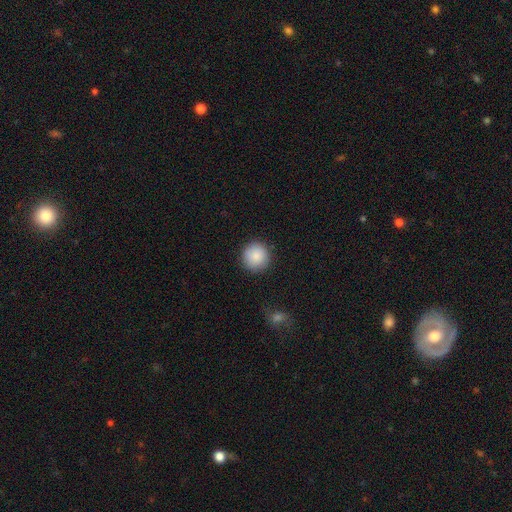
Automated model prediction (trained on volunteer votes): A smooth galaxy with no disk features (88%) that is round (95%).

Vote fractions:
- Smooth or featured? smooth: 88% / star or artifact: 7% / featured or disk: 5%
- How rounded? round: 95% / in between: 4% / cigar-shaped: 1%
- Merging? none: 90% / minor disturbance: 7% / major disturbance: 2% / merger: 1%